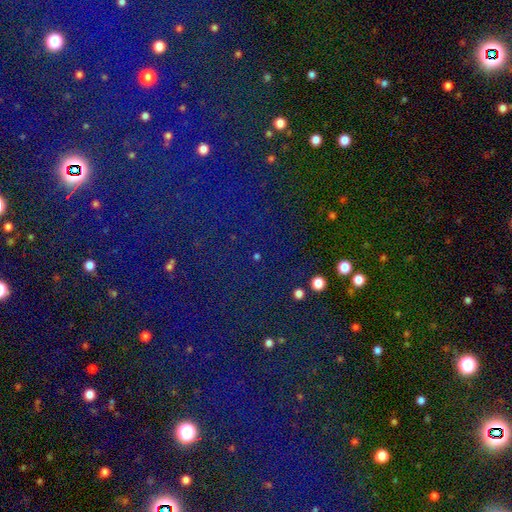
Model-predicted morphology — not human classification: This is likely a star or artifact rather than a galaxy (78%).